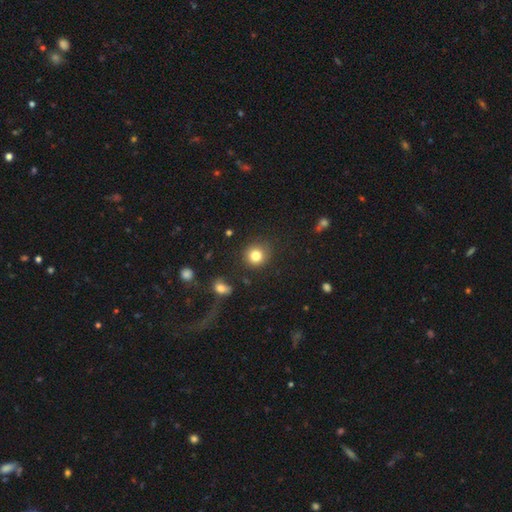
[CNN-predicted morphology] Smooth or featured?
  - smooth: 82% *
  - star or artifact: 12%
  - featured or disk: 7%
How rounded?
  - round: 90% *
  - in between: 9%
  - cigar-shaped: 1%
Merging?
  - none: 87% *
  - minor disturbance: 8%
  - major disturbance: 3%
  - merger: 2%